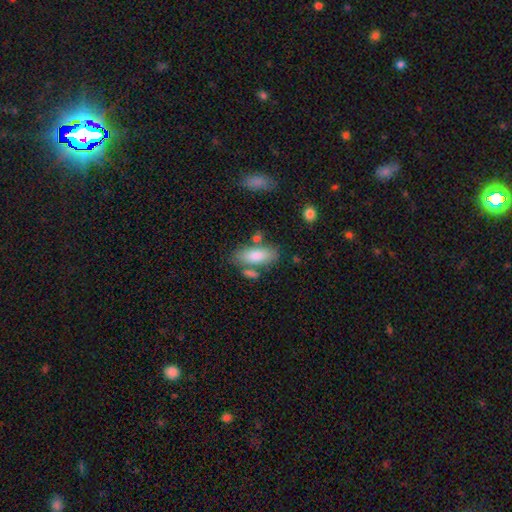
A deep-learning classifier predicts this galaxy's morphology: Smooth or featured: smooth — 80% (featured or disk — 14%)
How rounded: in between — 80% (cigar-shaped — 18%)
Merging: none — 65% (merger — 15%)